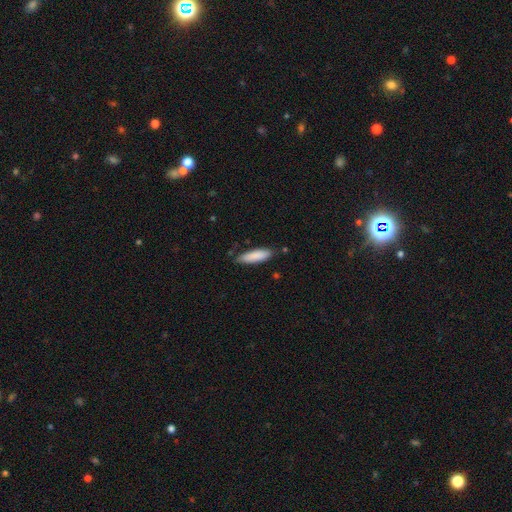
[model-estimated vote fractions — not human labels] A smooth galaxy with no disk features (87%) that is cigar-shaped (59%). Merging: none (79%).